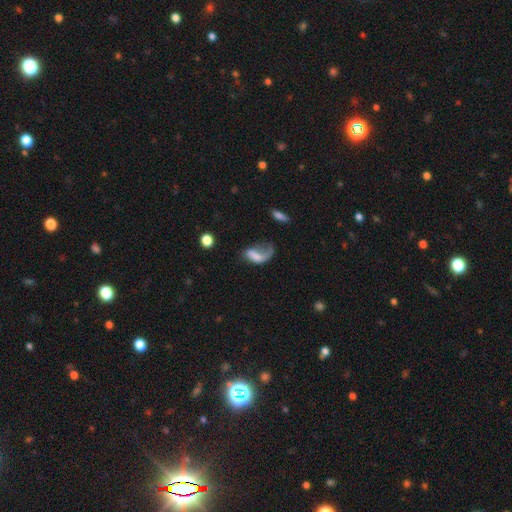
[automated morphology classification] Smooth or featured: smooth — 47% (featured or disk — 44%)
Merging: major disturbance — 53% (none — 24%)